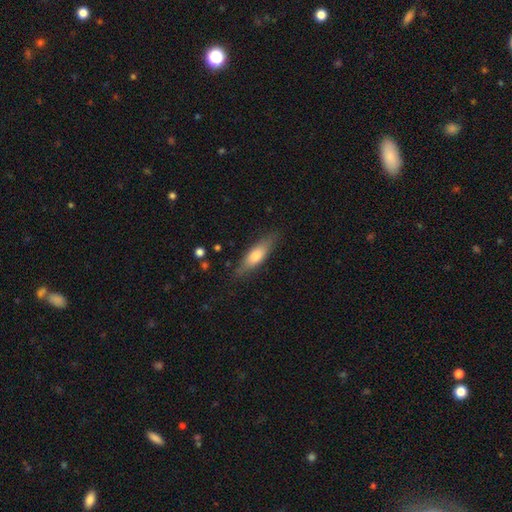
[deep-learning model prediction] Q: Smooth or featured?
A: smooth (64%); runner-up: featured or disk (30%)
Q: How rounded?
A: cigar-shaped (57%); runner-up: in between (40%)
Q: Merging?
A: none (81%); runner-up: minor disturbance (14%)